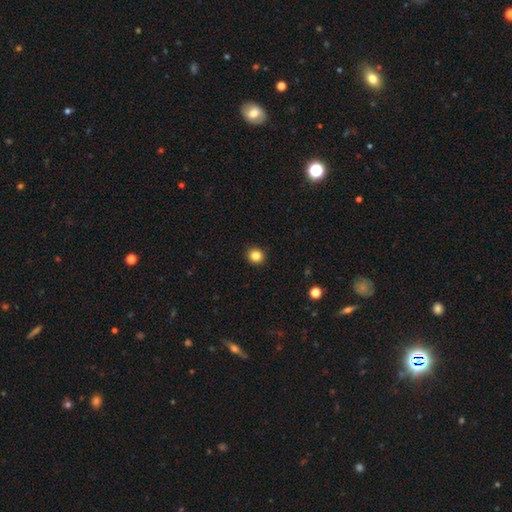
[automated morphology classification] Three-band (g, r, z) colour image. It shows a smooth galaxy with no disk features (84%) that is round (93%). Merging: none (93%).